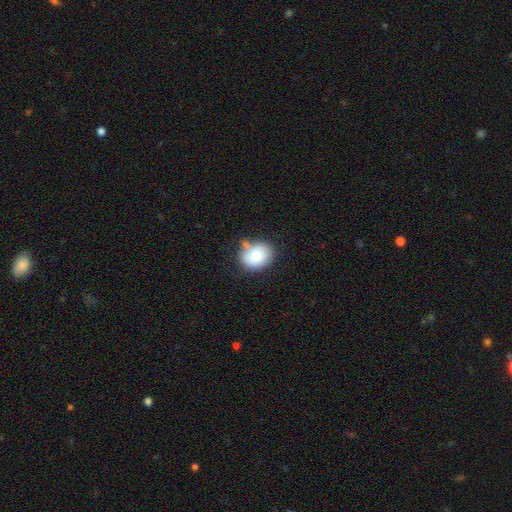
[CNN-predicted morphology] The model was most divided on "how rounded": in between: 52%, round: 47%, cigar-shaped: 1%. More confident: smooth or featured — smooth (84%); merging — none (54%).